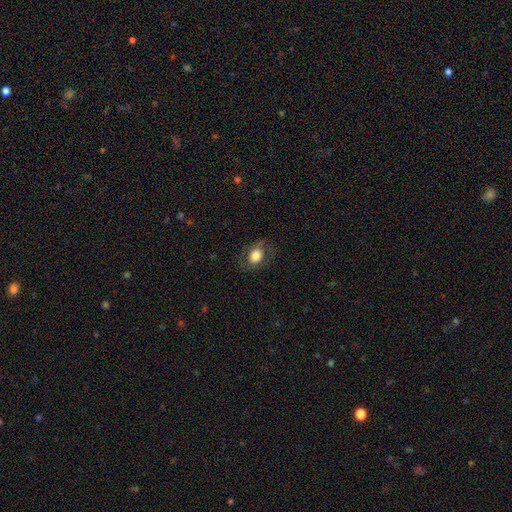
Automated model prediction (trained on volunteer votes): smooth_or_featured: smooth (p=0.63) [alt: featured or disk p=0.29]
how_rounded: in between (p=0.68) [alt: round p=0.31]
merging: none (p=0.72) [alt: minor disturbance p=0.17]